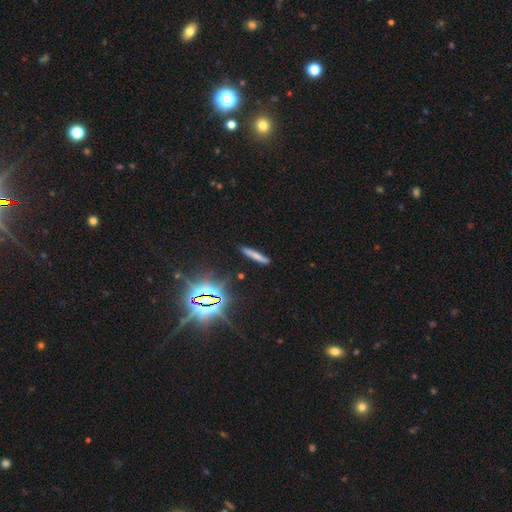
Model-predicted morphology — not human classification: type=smooth (63%); roundness=cigar-shaped (91%); merging=none (86%).